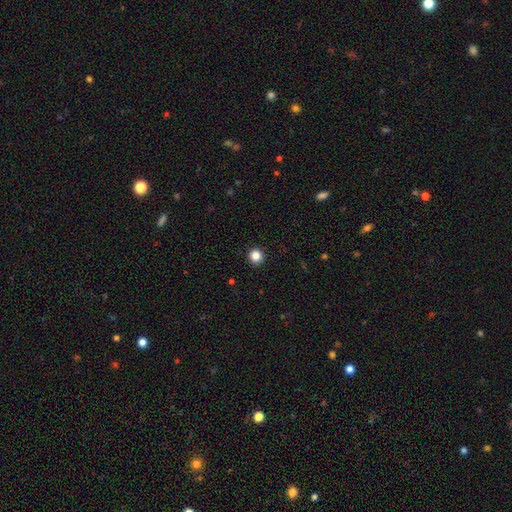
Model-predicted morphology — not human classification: Smooth or featured?
  - smooth: 85% *
  - star or artifact: 11%
  - featured or disk: 4%
How rounded?
  - round: 95% *
  - in between: 4%
  - cigar-shaped: 1%
Merging?
  - none: 93% *
  - minor disturbance: 4%
  - major disturbance: 1%
  - merger: 1%